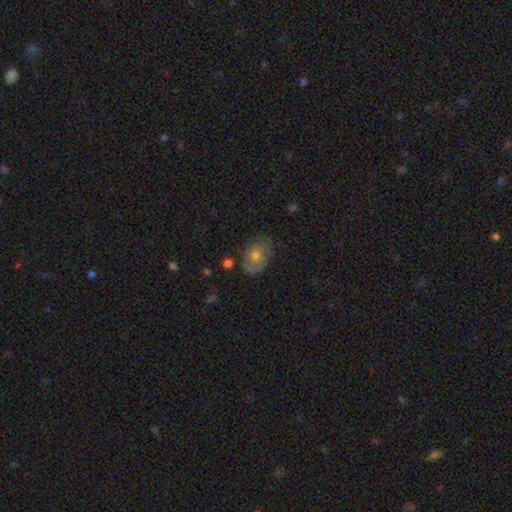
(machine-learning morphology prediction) Smooth or featured? smooth (53%)
How rounded? in between (57%)
Merging? none (58%)